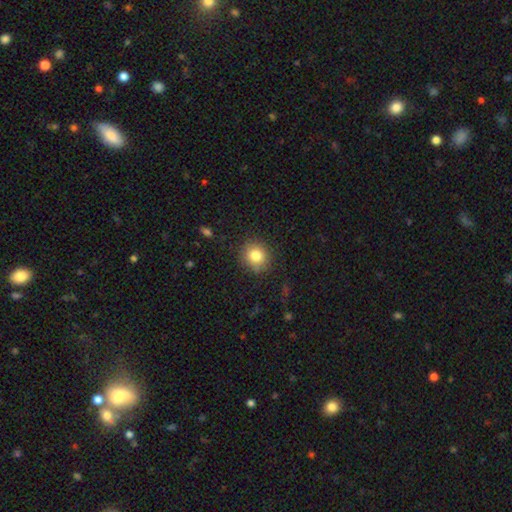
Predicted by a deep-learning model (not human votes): The model was most divided on "smooth or featured": smooth: 82%, star or artifact: 11%, featured or disk: 8%. More confident: how rounded — round (89%); merging — none (87%).